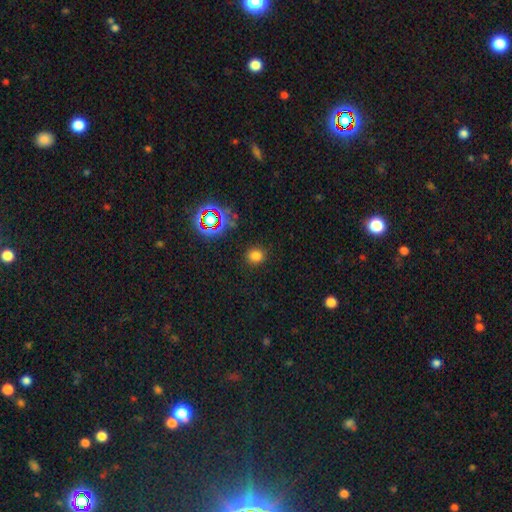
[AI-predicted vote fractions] smooth 74%, star or artifact 21%, featured or disk 5%. Down the decision tree: how rounded — round (71%); merging — none (87%).